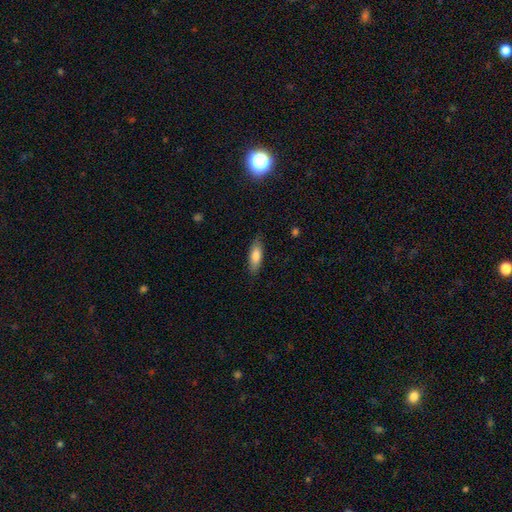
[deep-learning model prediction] smooth 79%, featured or disk 15%, star or artifact 6%. Down the decision tree: how rounded — in between (62%); merging — none (83%).